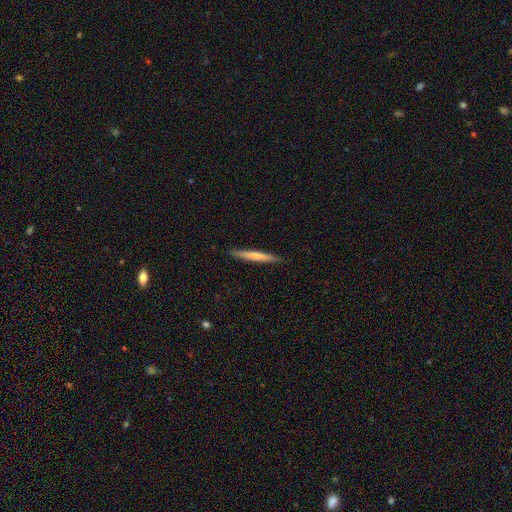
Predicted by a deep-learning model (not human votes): Morphology: type=smooth (58%); roundness=cigar-shaped (96%); merging=none (90%).